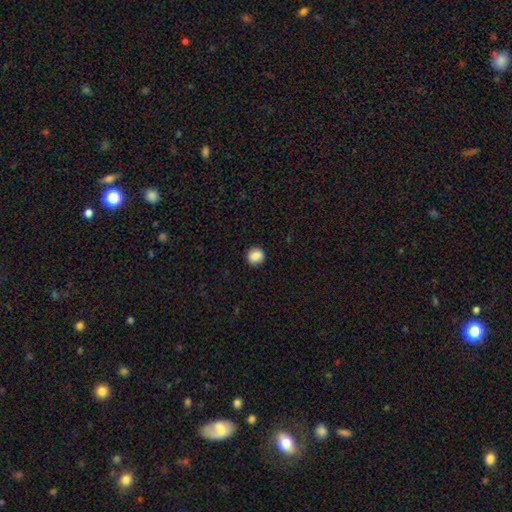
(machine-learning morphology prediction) Smooth or featured?
  - smooth: 86% *
  - star or artifact: 9%
  - featured or disk: 5%
How rounded?
  - round: 78% *
  - in between: 21%
  - cigar-shaped: 1%
Merging?
  - none: 89% *
  - minor disturbance: 8%
  - major disturbance: 2%
  - merger: 1%